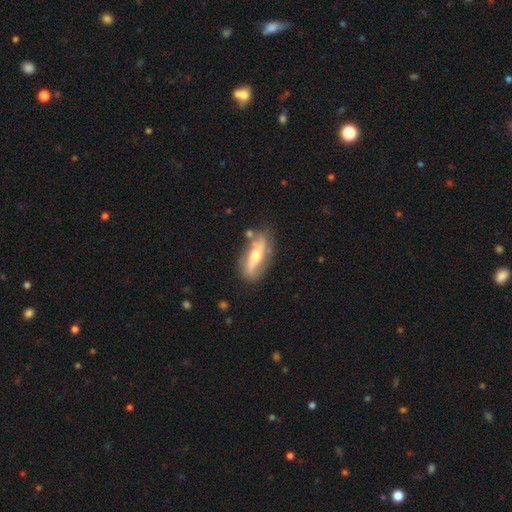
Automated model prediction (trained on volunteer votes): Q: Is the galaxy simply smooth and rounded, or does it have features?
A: featured or disk — 65%.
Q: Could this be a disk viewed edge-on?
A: no — 62%.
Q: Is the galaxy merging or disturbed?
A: none — 72%.